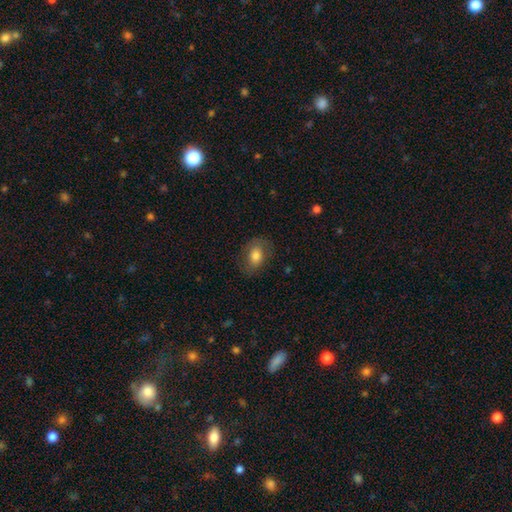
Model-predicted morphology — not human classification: A smooth galaxy with no disk features (71%) that is in between round and cigar-shaped (74%).

Vote fractions:
- Smooth or featured? smooth: 71% / featured or disk: 22% / star or artifact: 8%
- How rounded? in between: 74% / round: 25% / cigar-shaped: 1%
- Merging? none: 77% / minor disturbance: 15% / major disturbance: 7% / merger: 1%